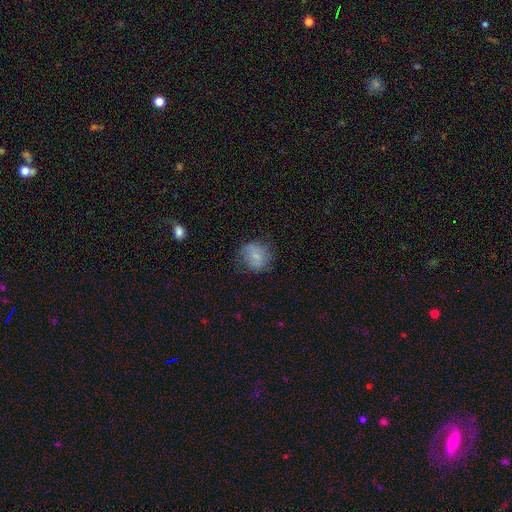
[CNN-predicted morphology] A smooth galaxy with no disk features (68%) that is round (72%).

Vote fractions:
- Smooth or featured? smooth: 68% / featured or disk: 23% / star or artifact: 9%
- How rounded? round: 72% / in between: 27% / cigar-shaped: 1%
- Merging? none: 70% / minor disturbance: 21% / major disturbance: 8% / merger: 1%